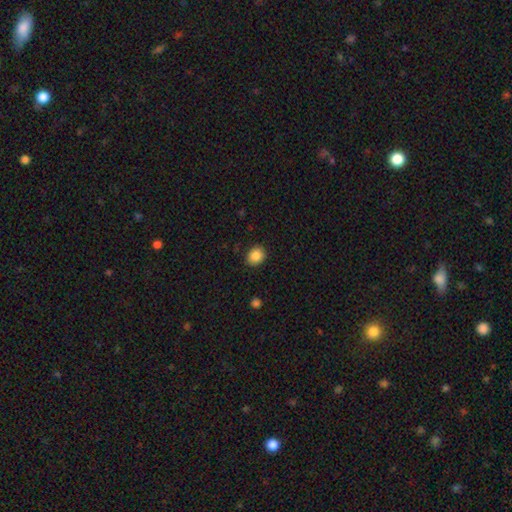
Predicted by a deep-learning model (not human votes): A smooth galaxy with no disk features (87%) that is round (63%). Merging: none (89%).